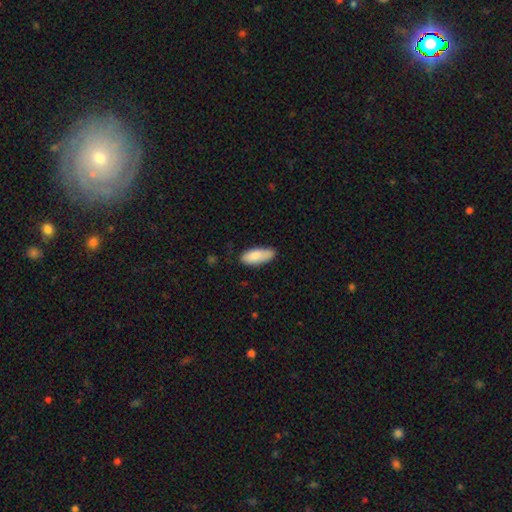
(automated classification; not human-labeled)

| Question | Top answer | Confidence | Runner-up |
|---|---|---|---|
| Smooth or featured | smooth | 86% | featured or disk (8%) |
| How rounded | in between | 80% | cigar-shaped (18%) |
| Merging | none | 64% | minor disturbance (28%) |